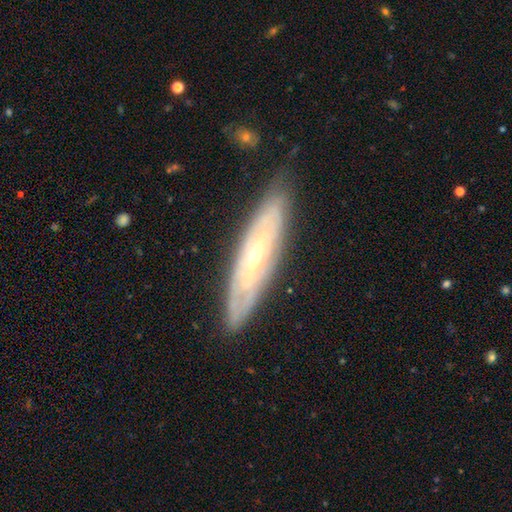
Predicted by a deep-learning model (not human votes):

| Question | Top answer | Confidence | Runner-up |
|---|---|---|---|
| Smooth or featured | featured or disk | 75% | smooth (19%) |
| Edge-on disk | no | 64% | yes (36%) |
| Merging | none | 80% | minor disturbance (15%) |